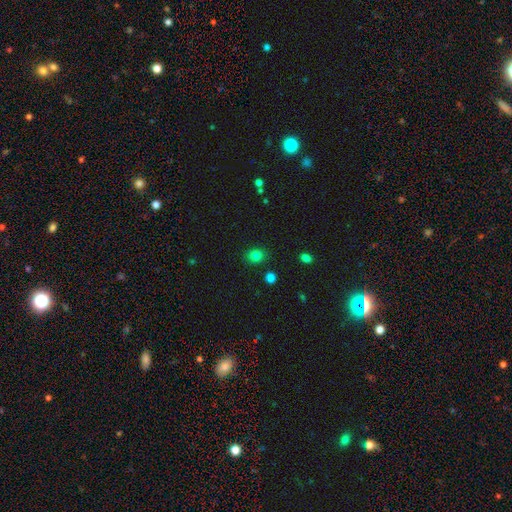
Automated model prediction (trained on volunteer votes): smooth_or_featured: smooth (p=0.81) [alt: star or artifact p=0.13]
how_rounded: round (p=0.61) [alt: in between p=0.38]
merging: none (p=0.85) [alt: minor disturbance p=0.10]